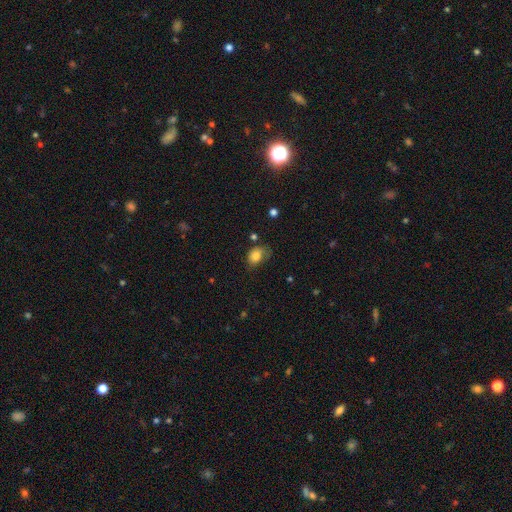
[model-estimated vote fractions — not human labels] Smooth or featured?
  - smooth: 81% *
  - featured or disk: 10%
  - star or artifact: 9%
How rounded?
  - in between: 71% *
  - round: 28%
  - cigar-shaped: 1%
Merging?
  - none: 48% *
  - minor disturbance: 33%
  - major disturbance: 16%
  - merger: 3%